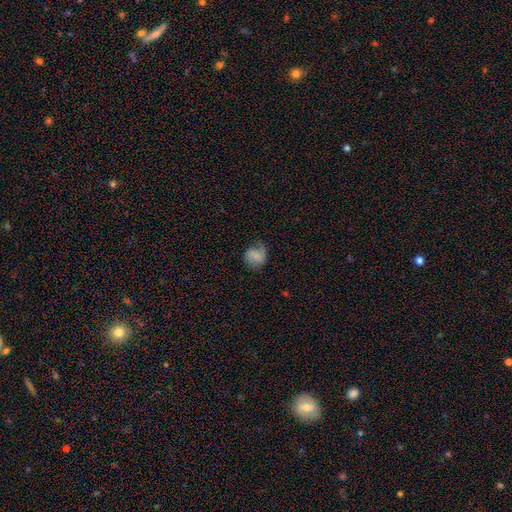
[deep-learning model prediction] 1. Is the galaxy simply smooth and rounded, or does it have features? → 57% smooth, 34% featured or disk, 9% star or artifact.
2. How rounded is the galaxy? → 63% round, 36% in between, 1% cigar-shaped.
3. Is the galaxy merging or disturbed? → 51% none, 28% minor disturbance, 20% major disturbance, 2% merger.